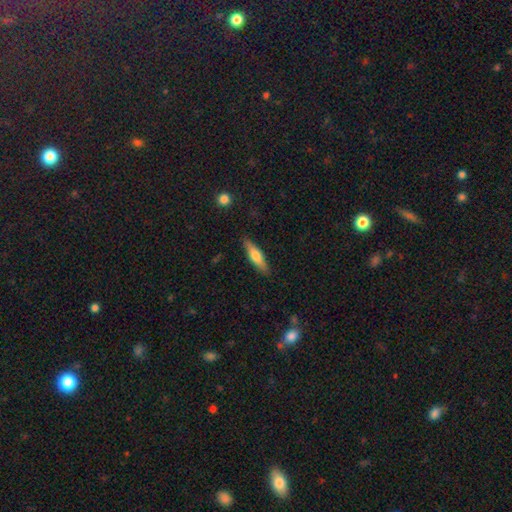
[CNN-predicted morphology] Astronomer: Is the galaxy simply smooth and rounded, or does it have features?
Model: smooth — 61%.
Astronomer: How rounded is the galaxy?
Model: cigar-shaped — 70%.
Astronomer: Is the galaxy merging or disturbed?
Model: none — 88%.